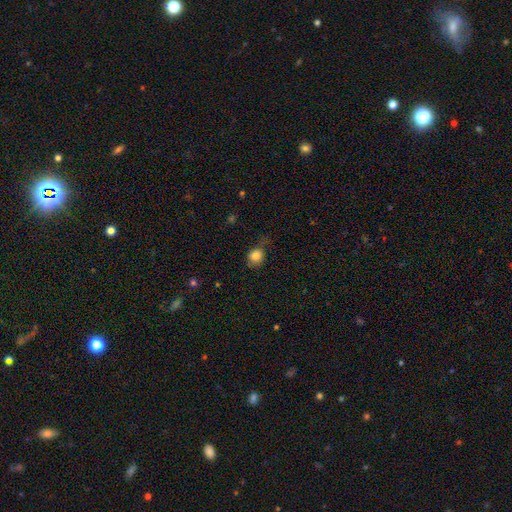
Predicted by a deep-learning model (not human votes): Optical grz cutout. It shows a smooth galaxy with no disk features (82%) that is round (66%). Merging: none (54%).